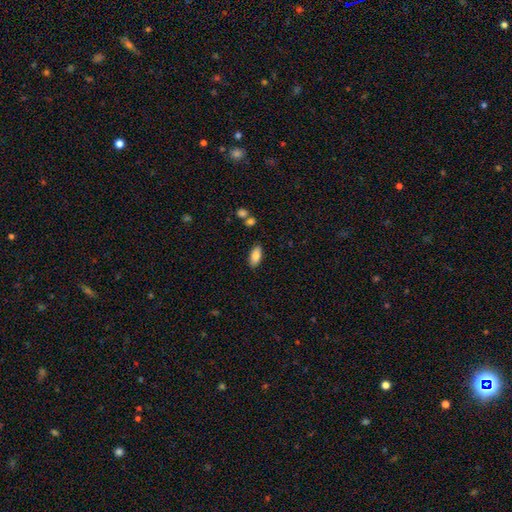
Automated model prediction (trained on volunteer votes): This is clearly a smooth galaxy (83%). How rounded: clearly in between (90%). Merging: clearly none (86%).